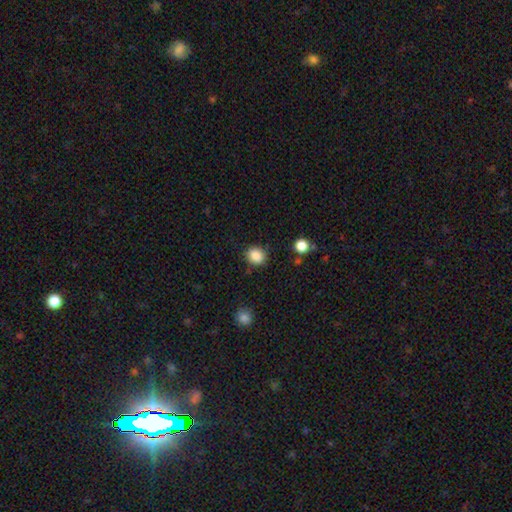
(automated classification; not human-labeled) smooth_or_featured: smooth (p=0.86) [alt: star or artifact p=0.10]
how_rounded: round (p=0.70) [alt: in between p=0.29]
merging: none (p=0.82) [alt: minor disturbance p=0.12]